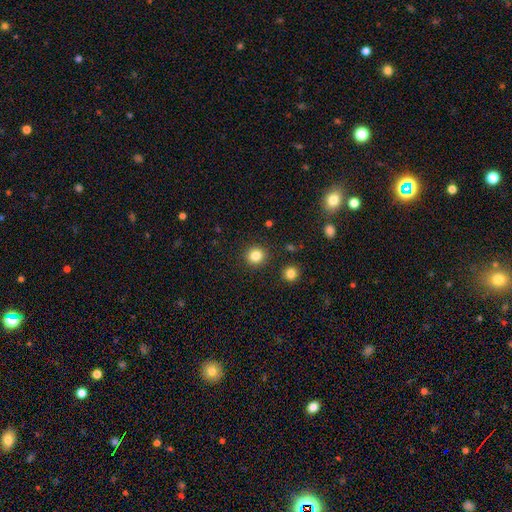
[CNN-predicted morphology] type=smooth (83%); roundness=round (91%); merging=none (91%).